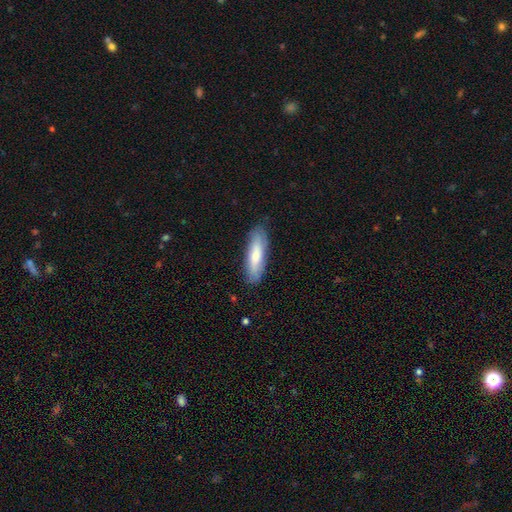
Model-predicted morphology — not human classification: smooth 70%, featured or disk 24%, star or artifact 6%. Down the decision tree: how rounded — cigar-shaped (58%); merging — none (83%).